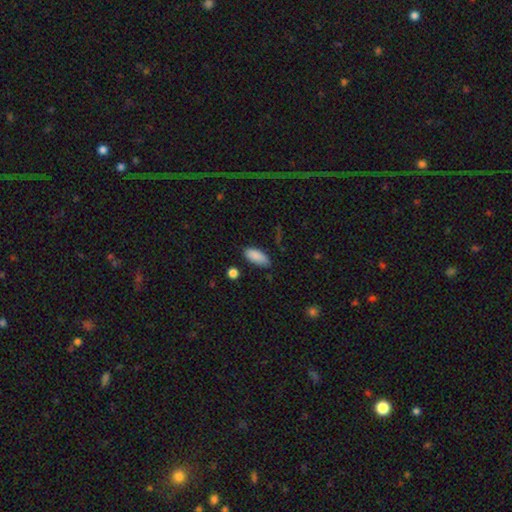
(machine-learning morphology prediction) This appears to be a smooth galaxy with no disk features (88%) that is in between round and cigar-shaped (88%). Merging: none (76%).